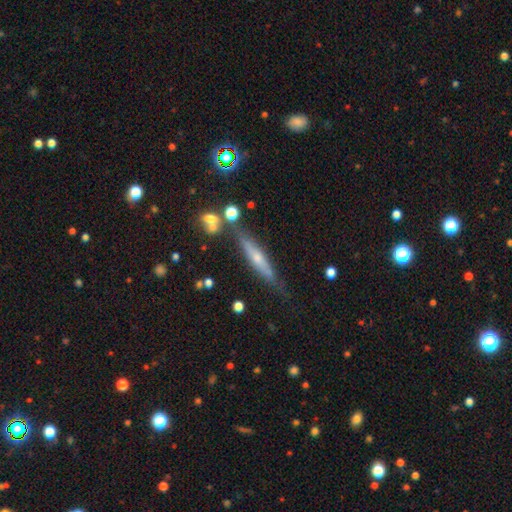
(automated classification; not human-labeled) Smooth or featured? featured or disk (57%)
Edge-on disk? yes (89%)
Edge-on bulge? rounded (69%)
Merging? none (73%)